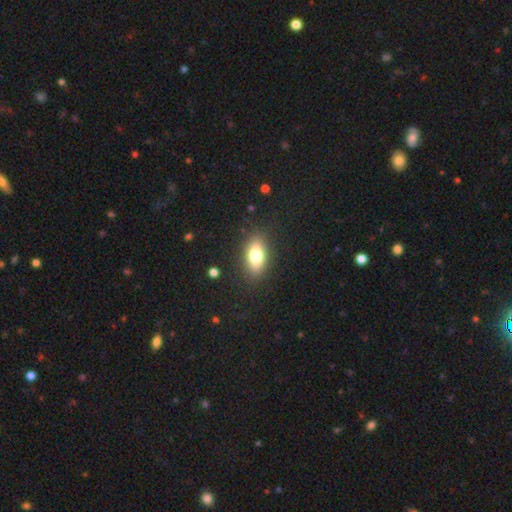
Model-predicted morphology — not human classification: Smooth or featured: smooth — 75% (featured or disk — 17%)
How rounded: in between — 85% (cigar-shaped — 9%)
Merging: none — 86% (minor disturbance — 10%)